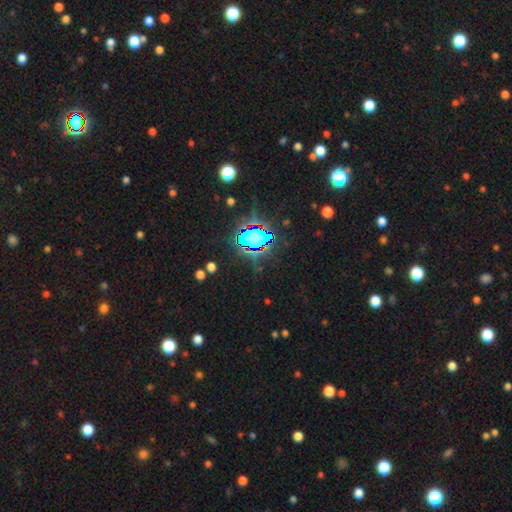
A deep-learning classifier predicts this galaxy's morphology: smooth_or_featured: star or artifact (p=0.83) [alt: smooth p=0.10]